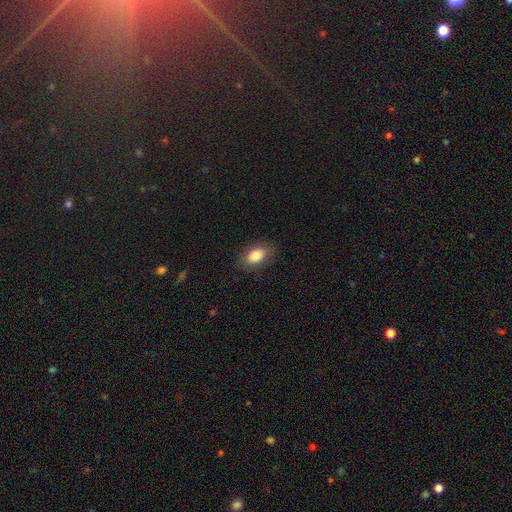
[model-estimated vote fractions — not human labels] Q: Smooth or featured?
A: smooth (83%); runner-up: featured or disk (9%)
Q: How rounded?
A: in between (87%); runner-up: round (11%)
Q: Merging?
A: none (83%); runner-up: minor disturbance (13%)